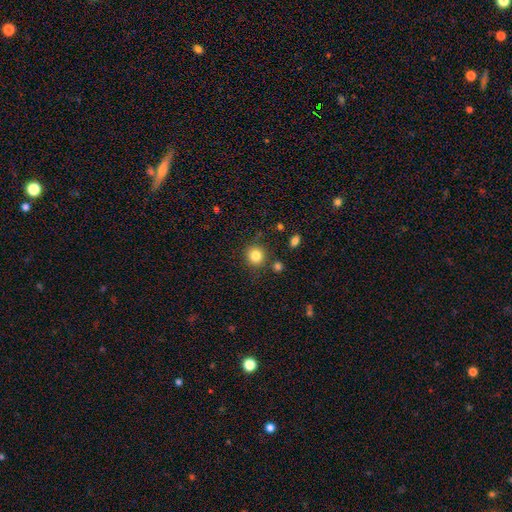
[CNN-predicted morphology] Smooth or featured?
  - smooth: 83% *
  - star or artifact: 11%
  - featured or disk: 6%
How rounded?
  - round: 90% *
  - in between: 9%
  - cigar-shaped: 1%
Merging?
  - none: 84% *
  - minor disturbance: 9%
  - merger: 5%
  - major disturbance: 3%